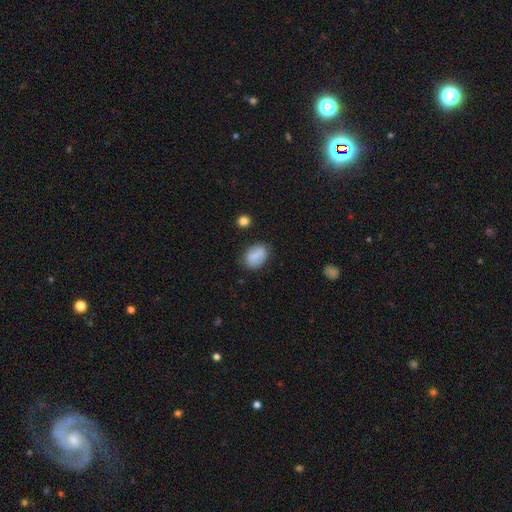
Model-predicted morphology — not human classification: smooth 78%, featured or disk 13%, star or artifact 8%. Down the decision tree: how rounded — in between (80%); merging — none (74%).